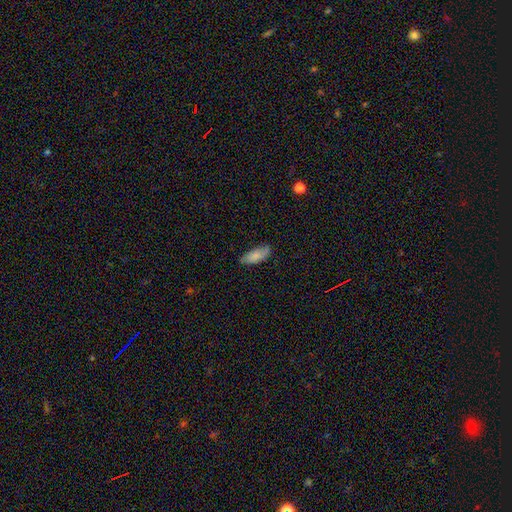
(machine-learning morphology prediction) type=smooth (82%); roundness=in between (80%); merging=none (76%).